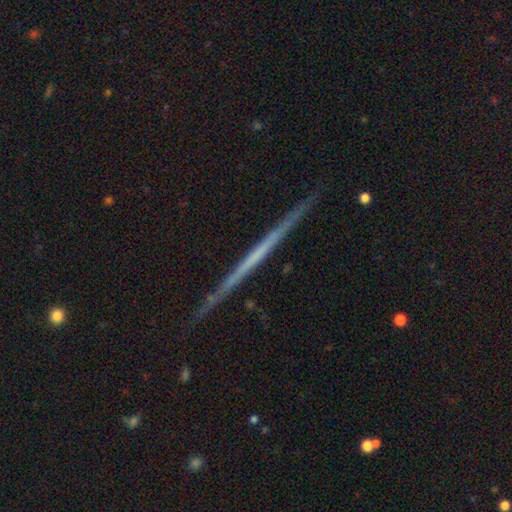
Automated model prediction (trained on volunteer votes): A featured or disk galaxy (69%) viewed edge-on (98%) with no central bulge (93%).

Vote fractions:
- Smooth or featured? featured or disk: 69% / smooth: 25% / star or artifact: 6%
- Edge-on disk? yes: 98% / no: 2%
- Edge-on bulge? none: 93% / rounded: 4% / boxy: 3%
- Merging? none: 91% / minor disturbance: 6% / major disturbance: 1% / merger: 1%